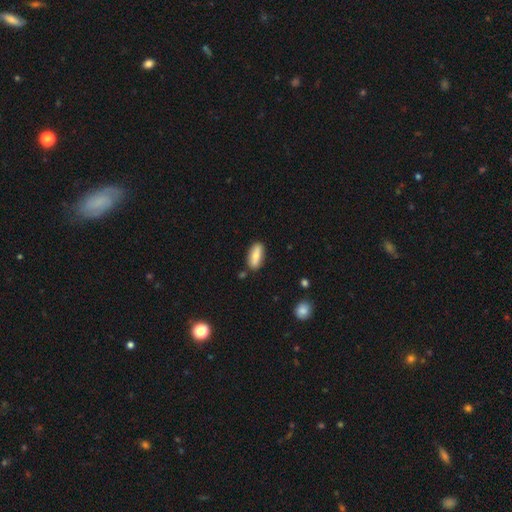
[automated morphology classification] type=smooth (77%); roundness=in between (71%); merging=none (84%).